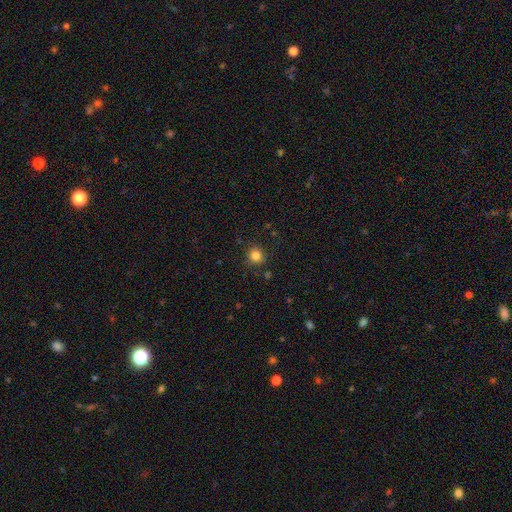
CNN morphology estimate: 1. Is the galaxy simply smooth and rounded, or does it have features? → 82% smooth, 13% star or artifact, 5% featured or disk.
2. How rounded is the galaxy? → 89% round, 10% in between, 1% cigar-shaped.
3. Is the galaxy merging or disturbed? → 87% none, 8% minor disturbance, 3% major disturbance, 2% merger.